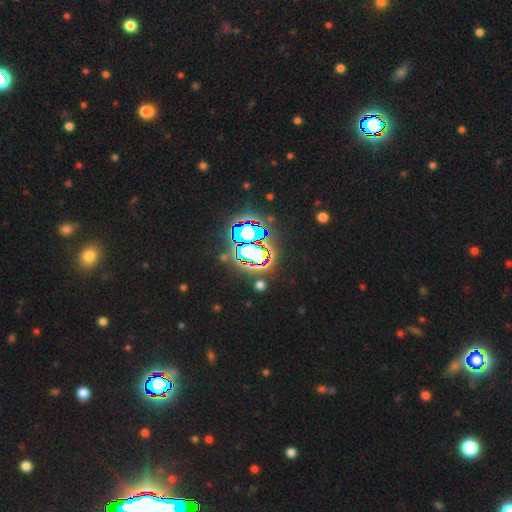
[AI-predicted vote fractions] A star or artifact, not a galaxy (82%).

Vote fractions:
- Smooth or featured? star or artifact: 82% / smooth: 10% / featured or disk: 9%